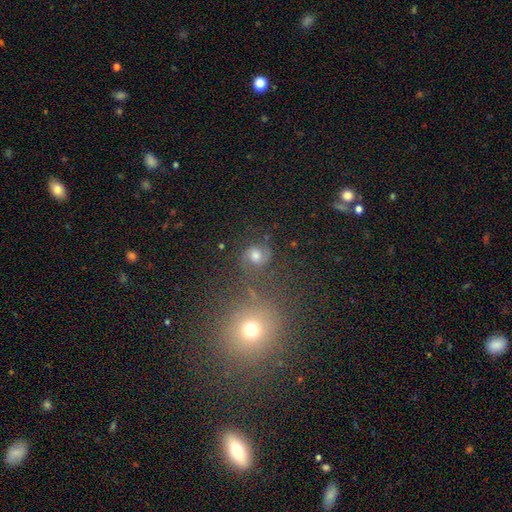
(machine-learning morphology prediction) The model was most divided on "smooth or featured": featured or disk: 52%, smooth: 30%, star or artifact: 18%. More confident: edge-on disk — no (97%); spiral arms — yes (85%); merging — none (68%); bar — no (66%); bulge size — moderate (59%).